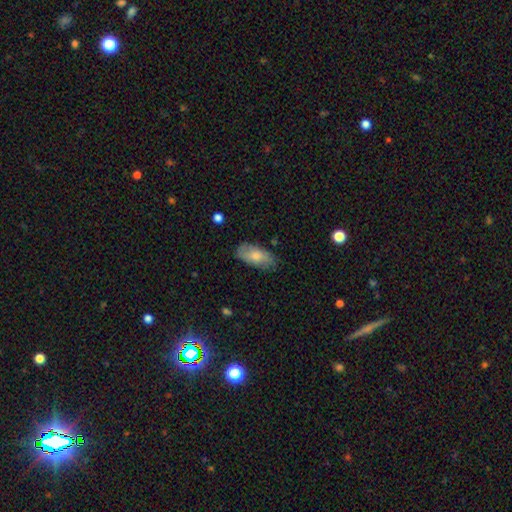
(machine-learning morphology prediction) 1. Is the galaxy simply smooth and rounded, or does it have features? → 72% smooth, 22% featured or disk, 6% star or artifact.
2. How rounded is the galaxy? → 91% in between, 7% cigar-shaped, 3% round.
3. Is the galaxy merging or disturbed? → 74% none, 20% minor disturbance, 5% major disturbance, 1% merger.